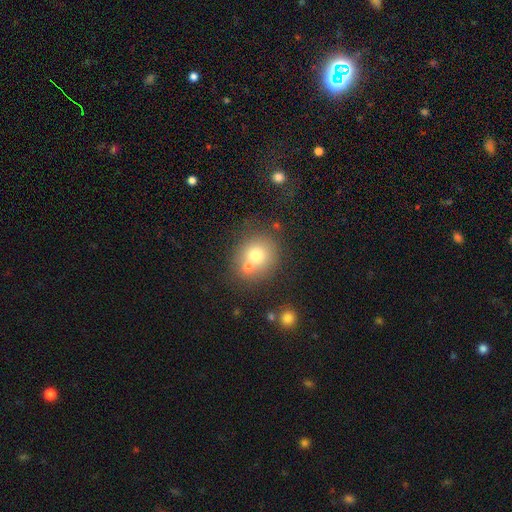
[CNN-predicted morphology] Overall: smooth (70%). How rounded: round (83%). Merging: none (57%; merger 28%).